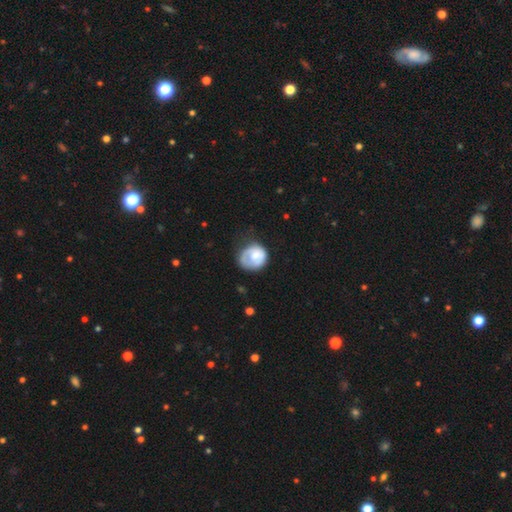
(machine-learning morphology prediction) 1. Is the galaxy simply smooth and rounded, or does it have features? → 59% smooth, 35% featured or disk, 6% star or artifact.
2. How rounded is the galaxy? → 75% round, 24% in between, 1% cigar-shaped.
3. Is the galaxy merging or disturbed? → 45% none, 32% minor disturbance, 21% major disturbance, 2% merger.